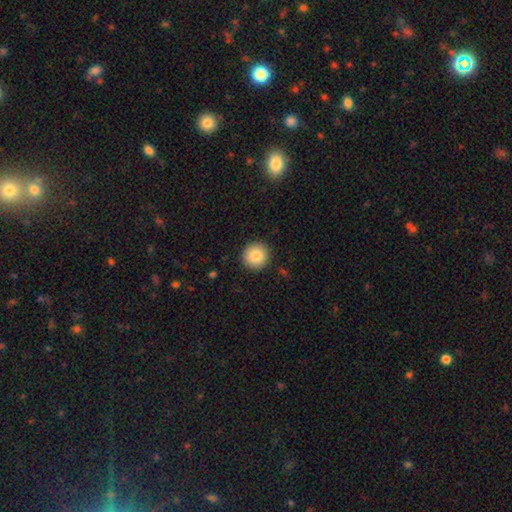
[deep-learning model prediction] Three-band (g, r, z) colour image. It shows a smooth galaxy with no disk features (85%) that is round (95%). Merging: none (92%).